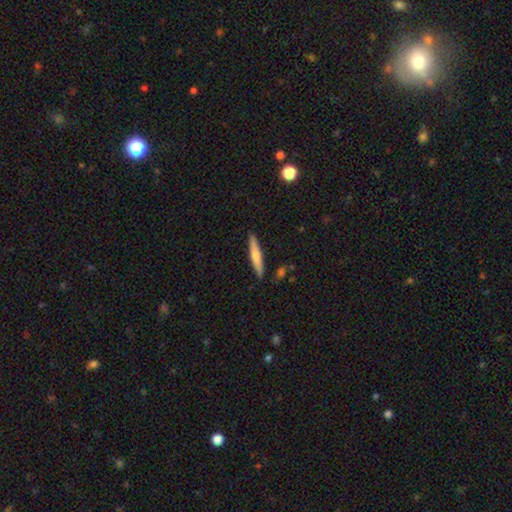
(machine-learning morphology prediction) Overall: smooth (60%; featured or disk 35%). How rounded: cigar-shaped (92%). Merging: none (89%).